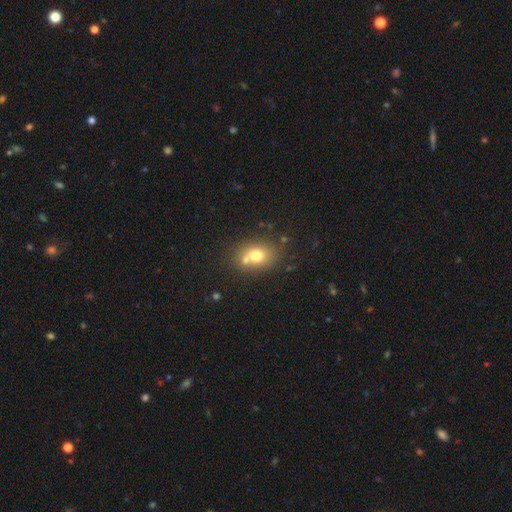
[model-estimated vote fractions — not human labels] Overall: smooth (71%). How rounded: in between (58%; round 41%). Merging: none (53%; merger 30%).